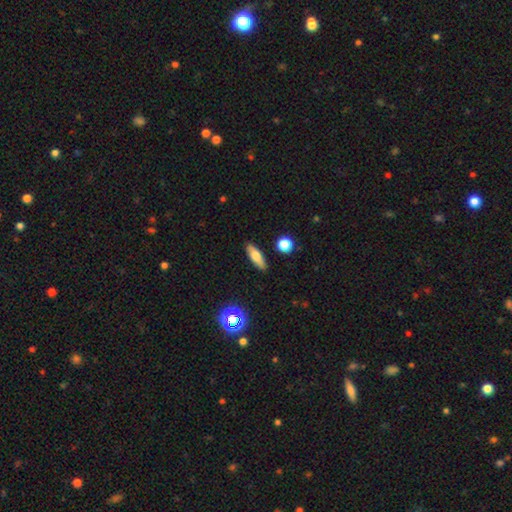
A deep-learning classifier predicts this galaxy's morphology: This is likely a smooth galaxy (67%). How rounded: possibly in between (49%). Merging: clearly none (87%).